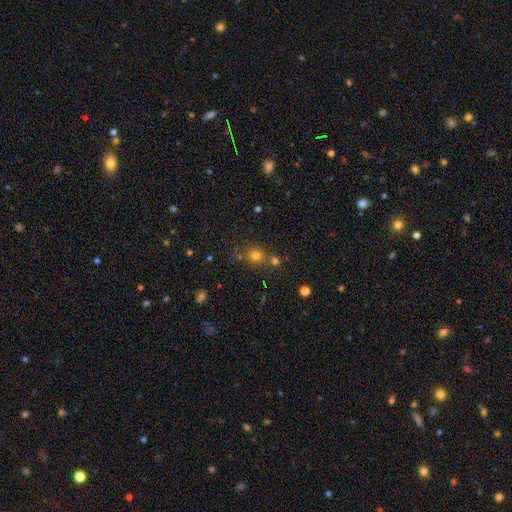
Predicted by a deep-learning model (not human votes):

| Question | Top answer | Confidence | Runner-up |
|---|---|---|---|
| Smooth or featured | smooth | 72% | star or artifact (19%) |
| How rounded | round | 81% | in between (18%) |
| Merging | none | 63% | merger (22%) |